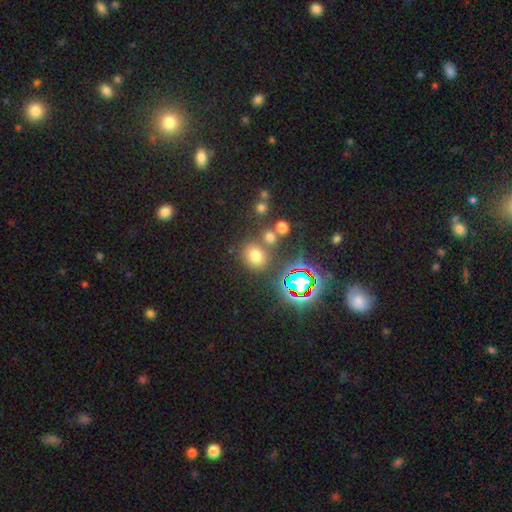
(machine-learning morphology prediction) Smooth or featured? Predicted: smooth (p=0.65). How rounded? Predicted: round (p=0.71). Merging? Predicted: none (p=0.72).